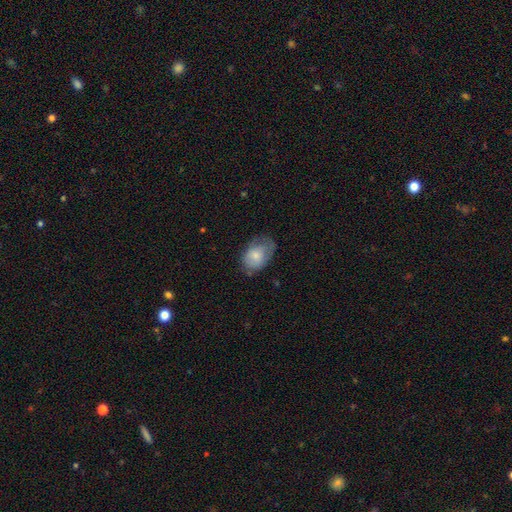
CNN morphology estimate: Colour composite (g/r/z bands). It shows a smooth galaxy with no disk features (73%) that is in between round and cigar-shaped (84%). Merging: none (49%).